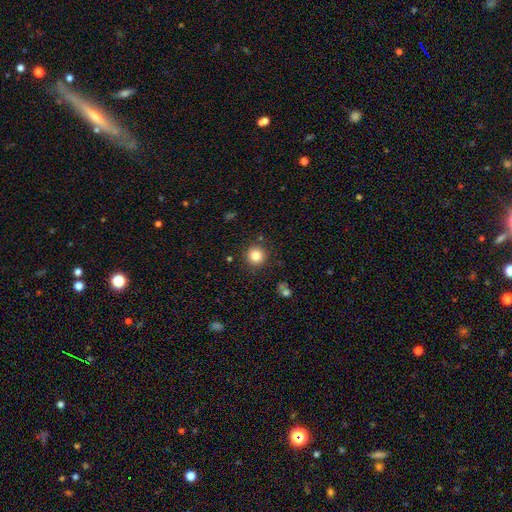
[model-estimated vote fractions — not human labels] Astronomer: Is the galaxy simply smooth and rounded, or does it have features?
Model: smooth — 84%.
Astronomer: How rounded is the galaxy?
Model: round — 93%.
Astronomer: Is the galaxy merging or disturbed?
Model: none — 88%.